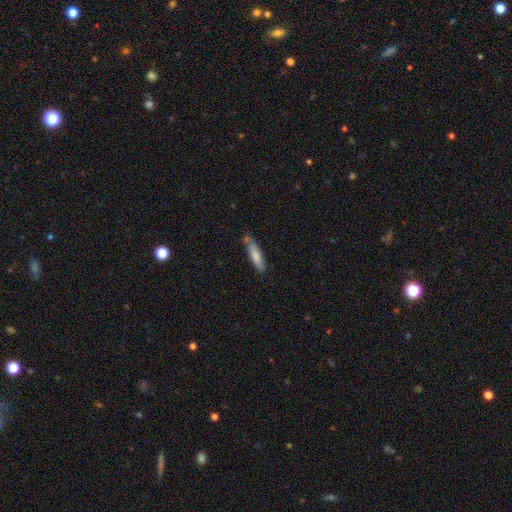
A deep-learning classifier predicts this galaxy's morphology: smooth 79%, featured or disk 15%, star or artifact 6%. Down the decision tree: how rounded — cigar-shaped (77%); merging — none (69%).